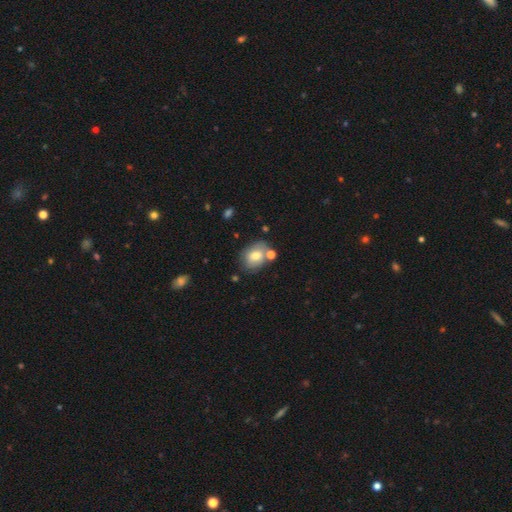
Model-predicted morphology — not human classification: smooth 68%, featured or disk 22%, star or artifact 9%. Down the decision tree: how rounded — in between (64%); merging — none (63%).